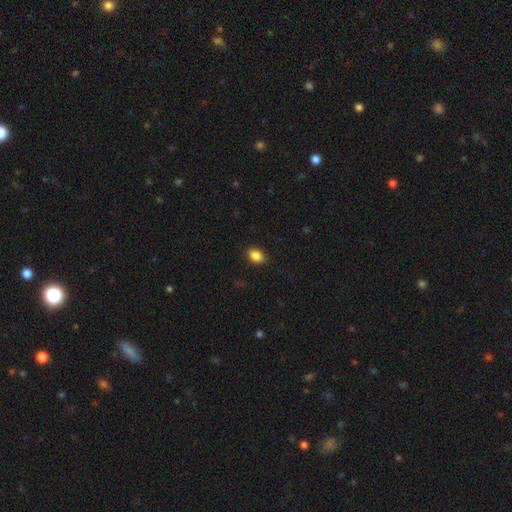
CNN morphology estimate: Smooth or featured: smooth — 86% (star or artifact — 9%)
How rounded: in between — 79% (round — 20%)
Merging: none — 88% (minor disturbance — 9%)